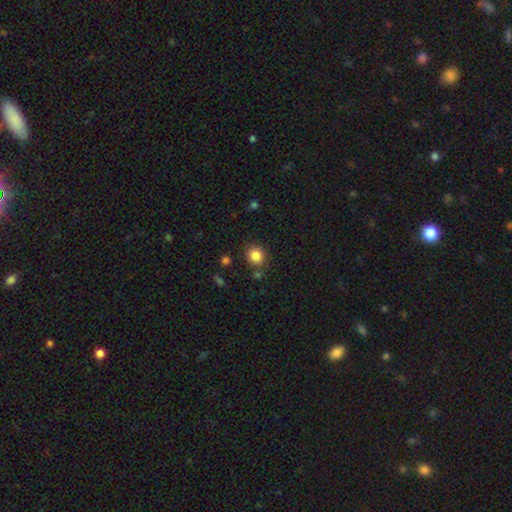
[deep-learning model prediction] smooth_or_featured: smooth (p=0.85) [alt: star or artifact p=0.11]
how_rounded: round (p=0.85) [alt: in between p=0.14]
merging: none (p=0.83) [alt: minor disturbance p=0.09]